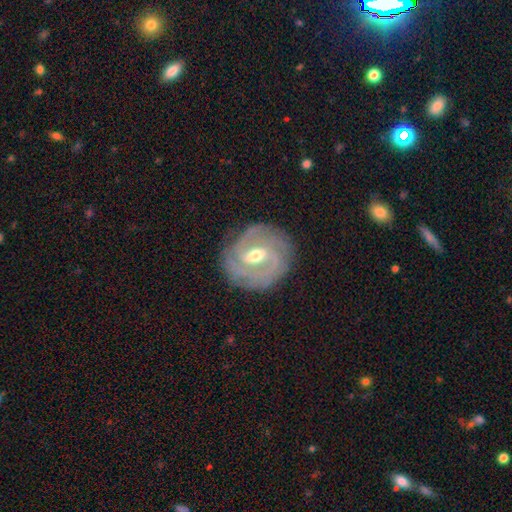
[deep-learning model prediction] featured or disk 87%, smooth 8%, star or artifact 5%. Down the decision tree: edge-on disk — no (97%); bar — weak (53%); spiral arms — yes (95%); spiral arm count — 2 (33%); spiral winding — tight (67%); bulge size — moderate (69%); merging — none (82%).